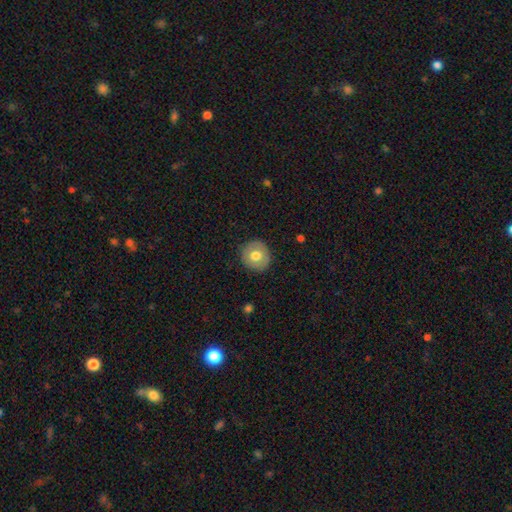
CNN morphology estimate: Smooth or featured: smooth — 67% (featured or disk — 26%)
How rounded: round — 92% (in between — 7%)
Merging: none — 89% (minor disturbance — 8%)